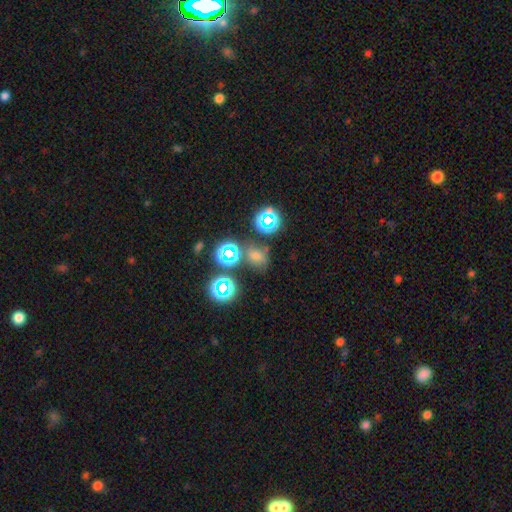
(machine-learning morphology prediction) star or artifact 45%, smooth 43%, featured or disk 12%.